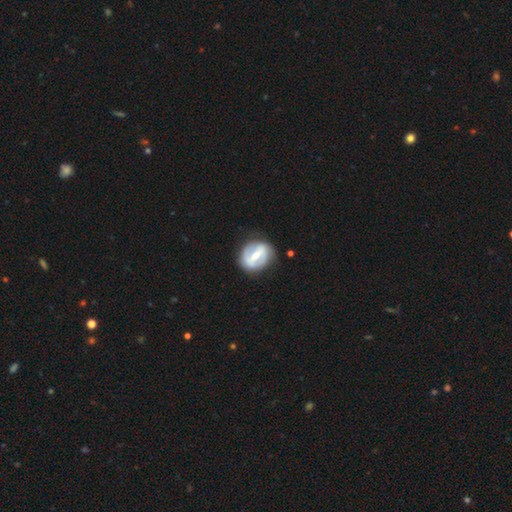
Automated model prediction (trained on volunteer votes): A featured or disk galaxy (67%) with a strong bar (69%), no spiral arms (52%) and a moderate central bulge (45%).

Vote fractions:
- Smooth or featured? featured or disk: 67% / smooth: 27% / star or artifact: 6%
- Edge-on disk? no: 94% / yes: 6%
- Bar? strong: 69% / weak: 24% / no: 7%
- Spiral arms? no: 52% / yes: 48%
- Bulge size? moderate: 45% / small: 41% / none: 7% / large: 5% / dominant: 1%
- Merging? none: 75% / minor disturbance: 17% / major disturbance: 6% / merger: 2%